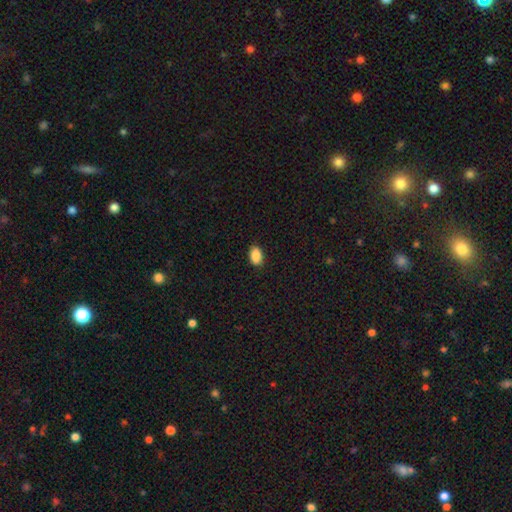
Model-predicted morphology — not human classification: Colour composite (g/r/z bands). It shows a smooth galaxy with no disk features (88%) that is in between round and cigar-shaped (87%). Merging: none (88%).